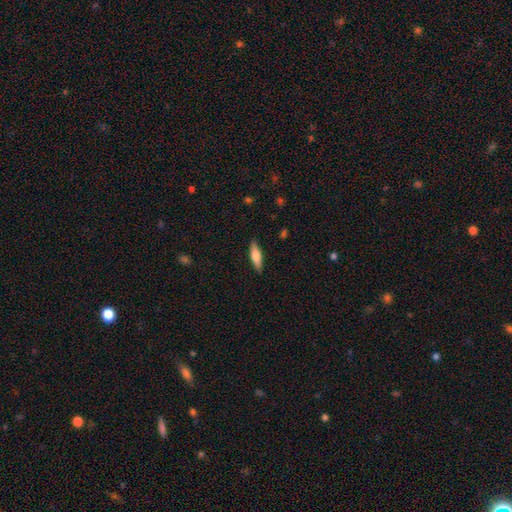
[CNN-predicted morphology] The model was most divided on "how rounded": cigar-shaped: 58%, in between: 40%, round: 2%. More confident: merging — none (87%); smooth or featured — smooth (59%).